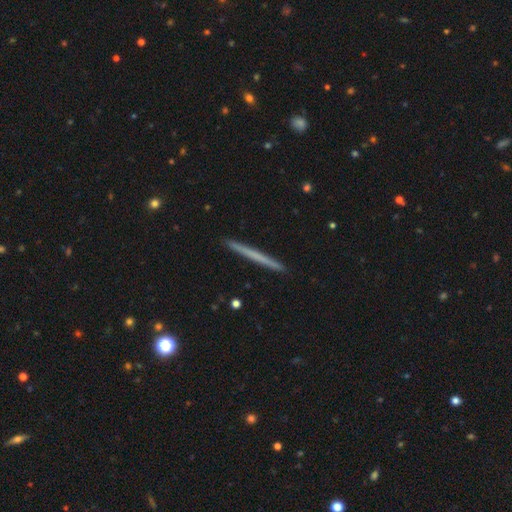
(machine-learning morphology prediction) A smooth galaxy with no disk features (51%) that is cigar-shaped (97%). Merging: none (93%).